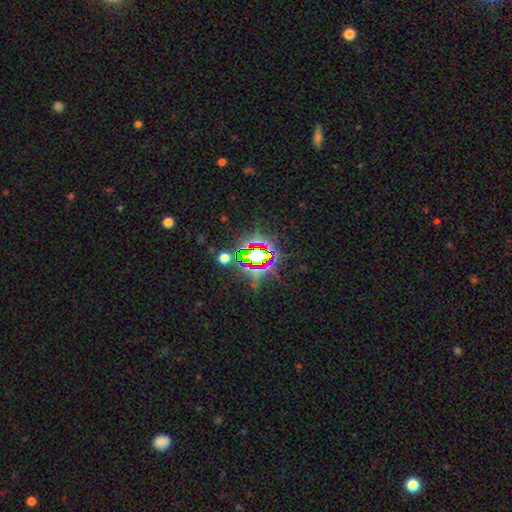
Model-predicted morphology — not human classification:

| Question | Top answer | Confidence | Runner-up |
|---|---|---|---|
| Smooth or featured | star or artifact | 75% | smooth (15%) |